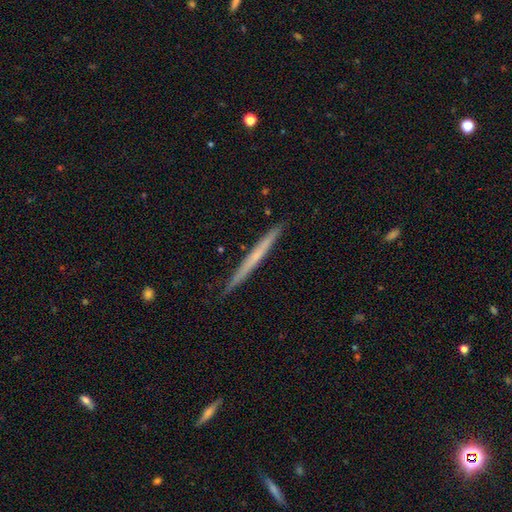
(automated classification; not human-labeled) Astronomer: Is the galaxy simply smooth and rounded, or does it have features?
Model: featured or disk — 50% (runner-up: smooth, 44%).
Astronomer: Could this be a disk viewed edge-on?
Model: yes — 97%.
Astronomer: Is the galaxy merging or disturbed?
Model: none — 91%.